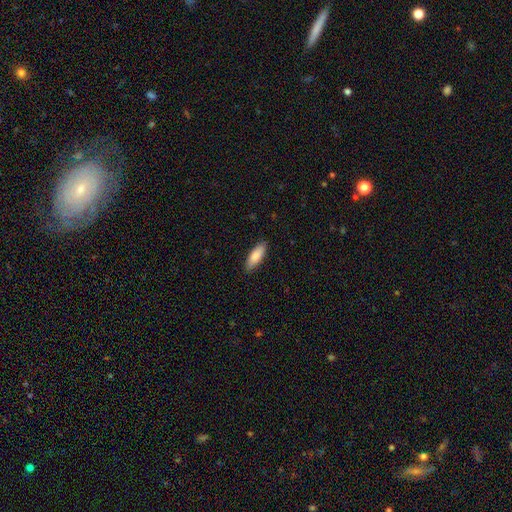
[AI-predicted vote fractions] Morphology: type=smooth (85%); roundness=in between (62%); merging=none (87%).